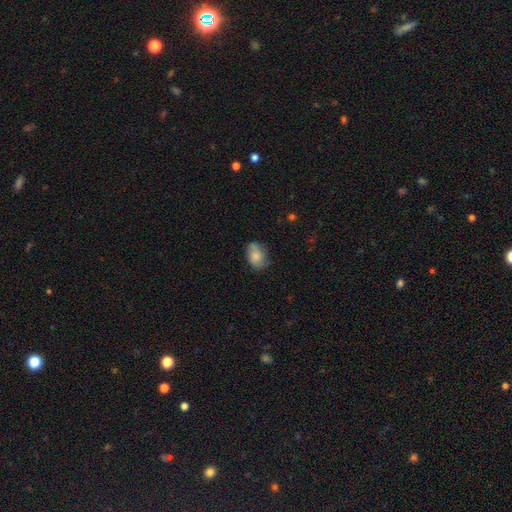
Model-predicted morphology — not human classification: A smooth galaxy with no disk features (73%) that is in between round and cigar-shaped (78%). Merging: none (59%).